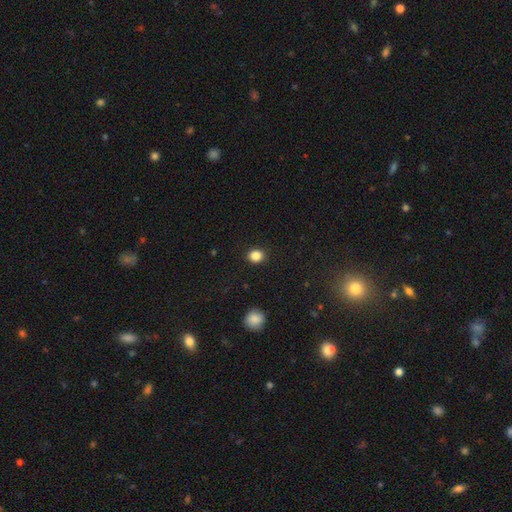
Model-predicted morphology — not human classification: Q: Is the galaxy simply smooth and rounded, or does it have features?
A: smooth — 86%.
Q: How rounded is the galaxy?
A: round — 74%.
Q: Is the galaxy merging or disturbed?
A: none — 90%.